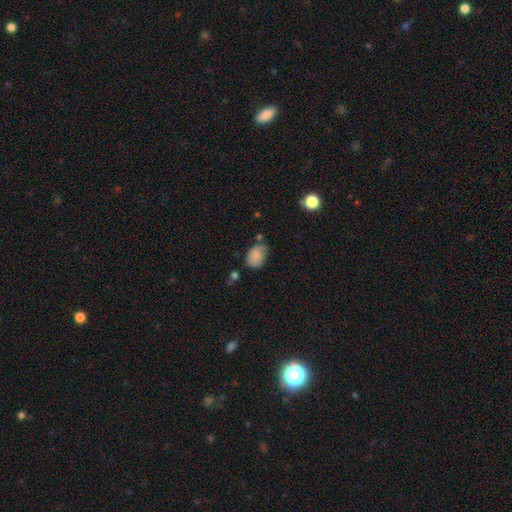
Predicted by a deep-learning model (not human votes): Smooth or featured? smooth (84%)
How rounded? in between (79%)
Merging? none (57%)